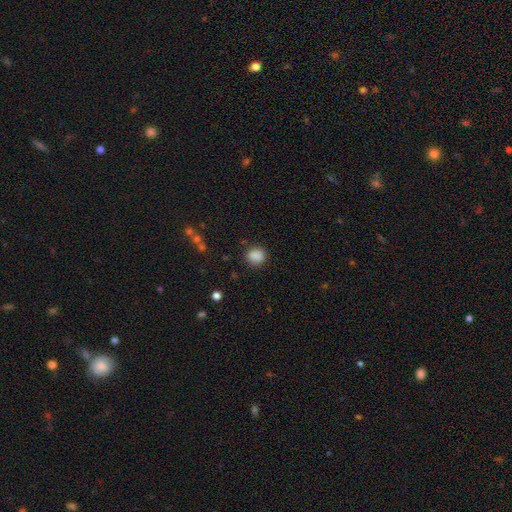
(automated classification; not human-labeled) Smooth or featured?
  - smooth: 86% *
  - star or artifact: 10%
  - featured or disk: 4%
How rounded?
  - round: 77% *
  - in between: 22%
  - cigar-shaped: 1%
Merging?
  - none: 86% *
  - minor disturbance: 9%
  - major disturbance: 3%
  - merger: 2%